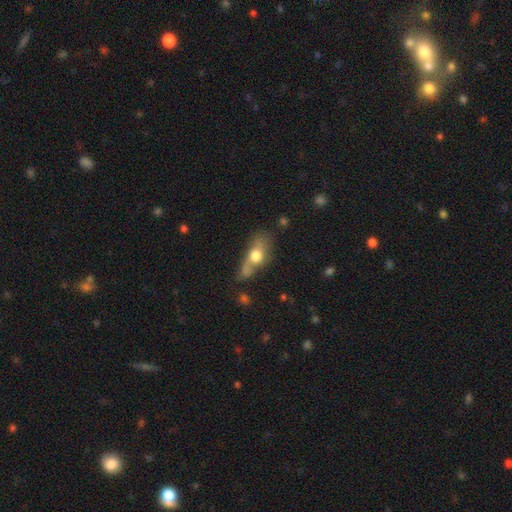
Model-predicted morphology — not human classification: Smooth or featured? Predicted: smooth (p=0.63). How rounded? Predicted: in between (p=0.72). Merging? Predicted: none (p=0.32).